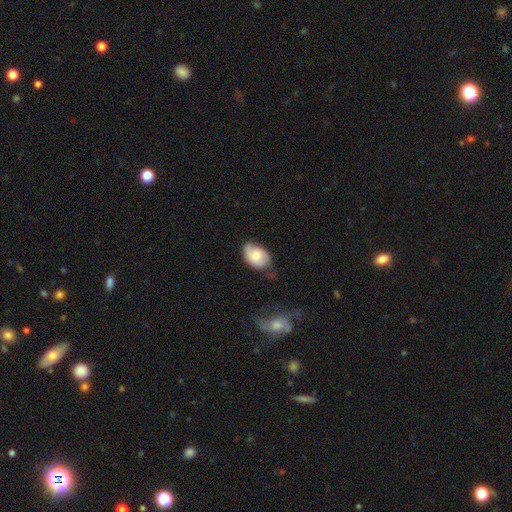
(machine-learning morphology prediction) Smooth or featured? Predicted: smooth (p=0.70). How rounded? Predicted: in between (p=0.84). Merging? Predicted: none (p=0.49).